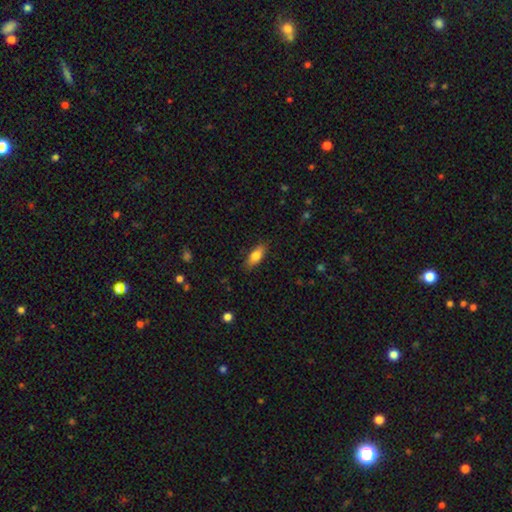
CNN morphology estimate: smooth-or-featured: smooth: 81% | featured or disk: 12% | star or artifact: 7%
  how-rounded: in between: 78% | cigar-shaped: 19% | round: 3%
  merging: none: 85% | minor disturbance: 12% | major disturbance: 3% | merger: 1%